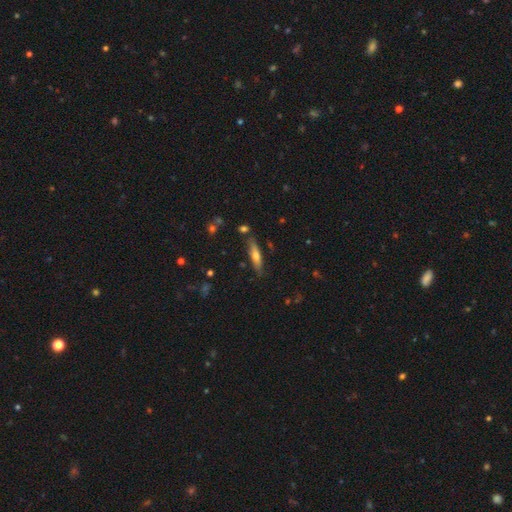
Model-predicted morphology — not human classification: A smooth galaxy with no disk features (54%) that is cigar-shaped (77%). Merging: none (81%).